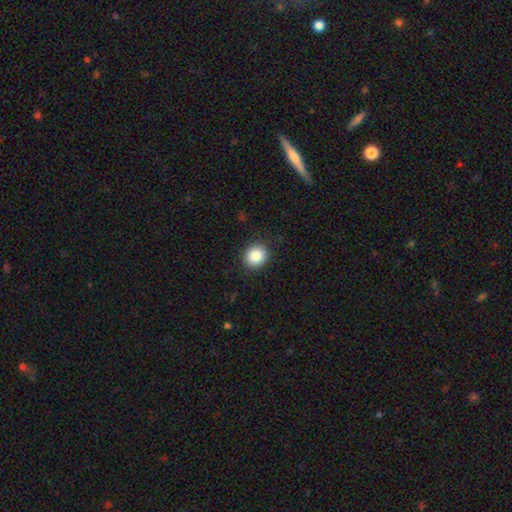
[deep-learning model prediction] smooth-or-featured: smooth: 85% | star or artifact: 9% | featured or disk: 5%
  how-rounded: round: 77% | in between: 22% | cigar-shaped: 1%
  merging: none: 89% | minor disturbance: 8% | major disturbance: 2% | merger: 1%